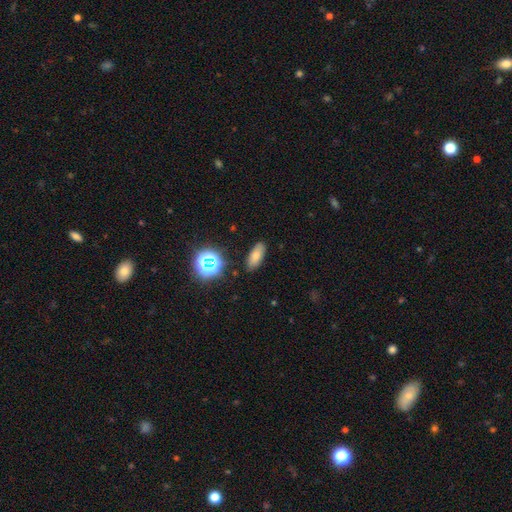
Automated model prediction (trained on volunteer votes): This appears to be a smooth galaxy with no disk features (72%) that is in between round and cigar-shaped (81%). Merging: none (84%).